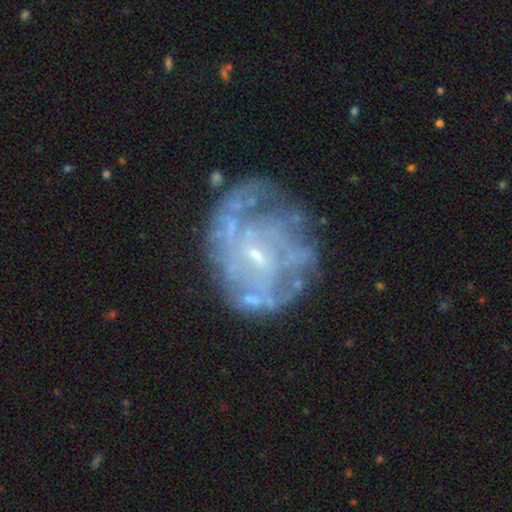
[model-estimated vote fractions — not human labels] A featured or disk galaxy (76%) with no bar (53%), spiral arms (59%) and a small central bulge (73%).

Vote fractions:
- Smooth or featured? featured or disk: 76% / smooth: 14% / star or artifact: 9%
- Edge-on disk? no: 98% / yes: 2%
- Bar? no: 53% / weak: 39% / strong: 8%
- Spiral arms? yes: 59% / no: 41%
- Bulge size? small: 73% / moderate: 16% / none: 9% / large: 1% / dominant: 1%
- Merging? none: 56% / minor disturbance: 21% / major disturbance: 20% / merger: 4%